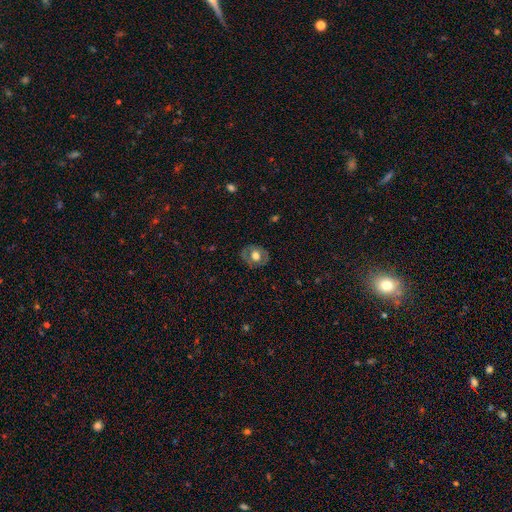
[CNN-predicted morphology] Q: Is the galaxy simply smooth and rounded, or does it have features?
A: smooth — 51%.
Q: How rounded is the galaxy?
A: round — 58%.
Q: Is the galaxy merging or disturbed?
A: none — 80%.